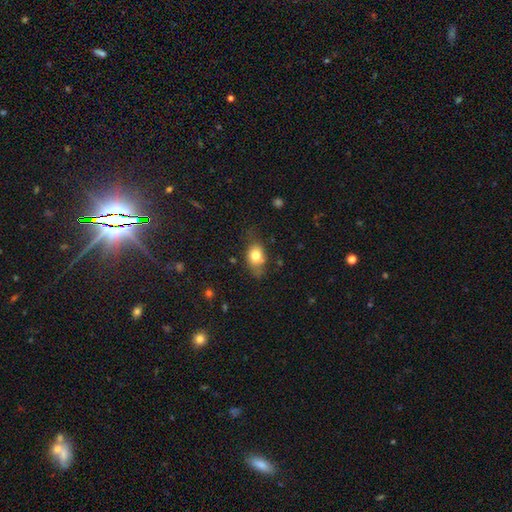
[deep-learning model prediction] A smooth galaxy with no disk features (77%) that is in between round and cigar-shaped (71%). Merging: none (60%).